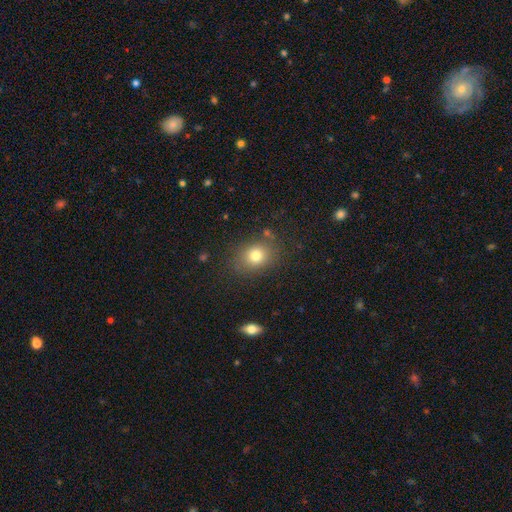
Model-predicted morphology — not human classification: smooth 77%, star or artifact 13%, featured or disk 10%. Down the decision tree: how rounded — round (54%); merging — none (80%).